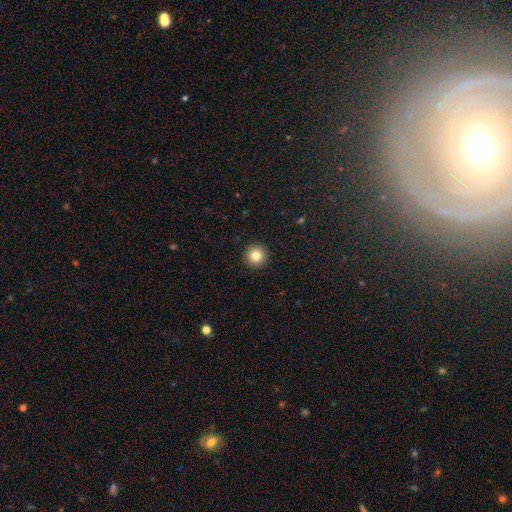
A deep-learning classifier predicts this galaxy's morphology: type=smooth (83%); roundness=round (96%); merging=none (93%).